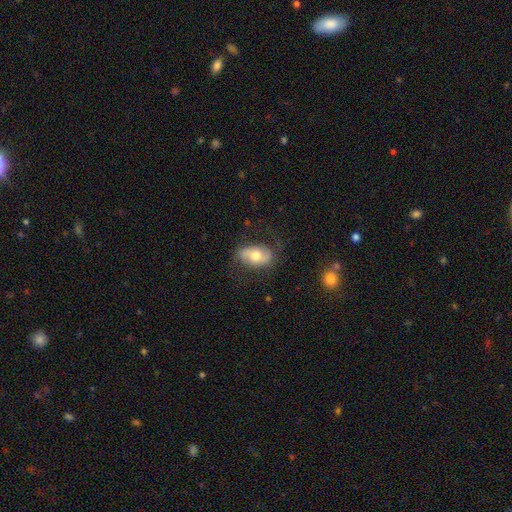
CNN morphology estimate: smooth-or-featured: smooth: 49% | featured or disk: 43% | star or artifact: 7%
  merging: none: 71% | minor disturbance: 18% | major disturbance: 9% | merger: 1%